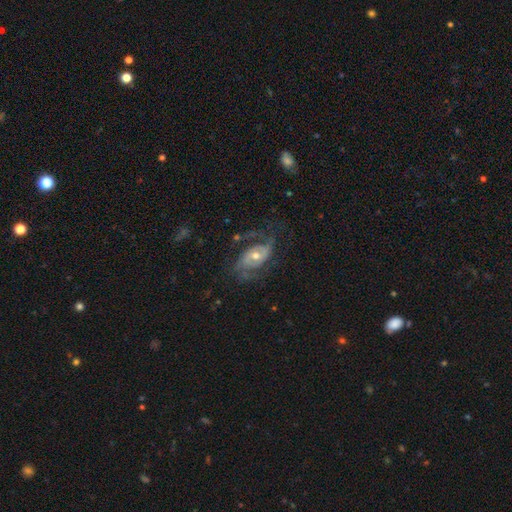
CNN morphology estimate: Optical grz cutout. It shows a featured or disk galaxy (80%) with no bar (61%), 2 (63%) medium (43%) spiral arms (89%) and a moderate central bulge (62%). Merging: none (58%).